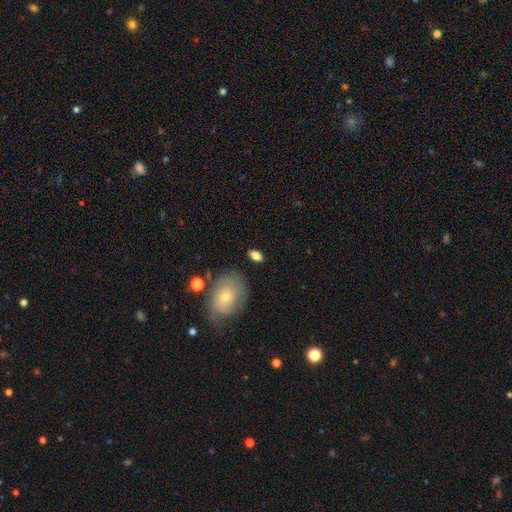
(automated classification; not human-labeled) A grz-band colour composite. It shows a smooth galaxy with no disk features (81%) that is in between round and cigar-shaped (87%). Merging: none (81%).